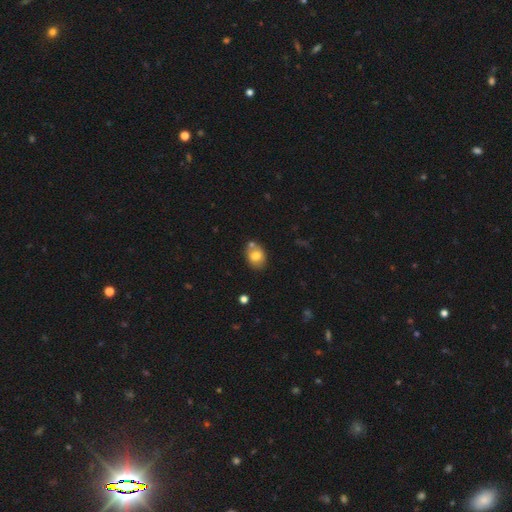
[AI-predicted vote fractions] smooth-or-featured: smooth: 77% | featured or disk: 14% | star or artifact: 9%
  how-rounded: in between: 55% | round: 44% | cigar-shaped: 1%
  merging: none: 65% | merger: 18% | minor disturbance: 14% | major disturbance: 3%